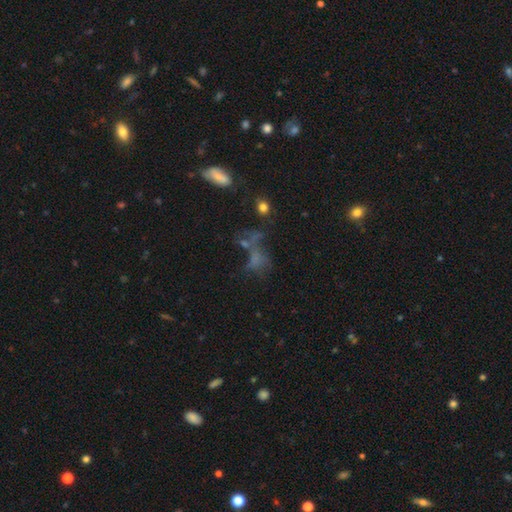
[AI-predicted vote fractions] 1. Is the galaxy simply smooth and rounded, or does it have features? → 39% star or artifact, 37% smooth, 24% featured or disk.